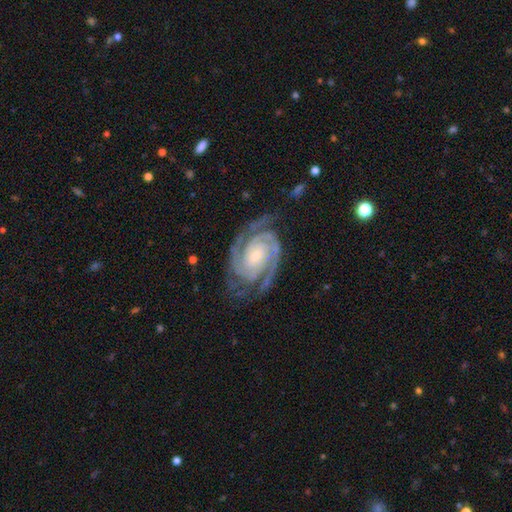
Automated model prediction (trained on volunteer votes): smooth_or_featured: featured or disk (p=0.93) [alt: star or artifact p=0.04]
disk_edge_on: no (p=0.98) [alt: yes p=0.02]
bar: no (p=0.63) [alt: weak p=0.24]
has_spiral_arms: yes (p=0.99) [alt: no p=0.01]
spiral_winding: tight (p=0.69) [alt: medium p=0.27]
spiral_arm_count: 2 (p=0.79) [alt: 3 p=0.09]
bulge_size: small (p=0.68) [alt: moderate p=0.23]
merging: none (p=0.77) [alt: minor disturbance p=0.15]